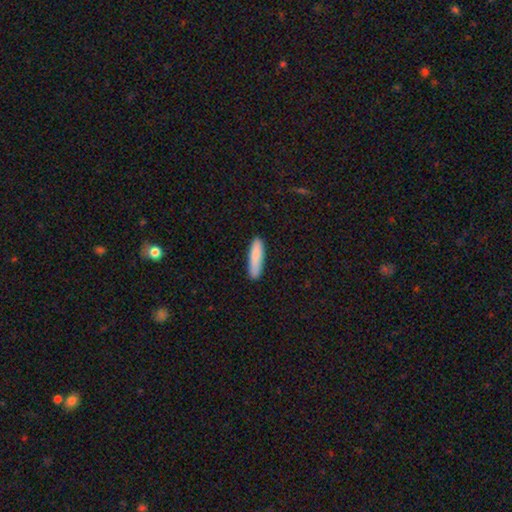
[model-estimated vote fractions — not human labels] A smooth galaxy with no disk features (85%) that is cigar-shaped (75%). Merging: none (85%).